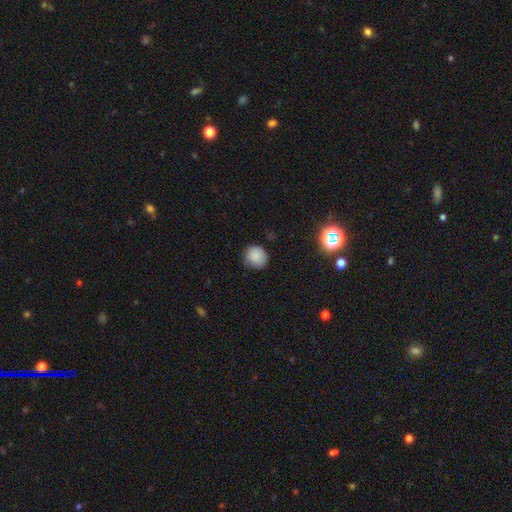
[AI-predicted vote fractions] smooth-or-featured: smooth: 85% | star or artifact: 11% | featured or disk: 5%
  how-rounded: round: 86% | in between: 13% | cigar-shaped: 1%
  merging: none: 79% | minor disturbance: 16% | major disturbance: 3% | merger: 1%